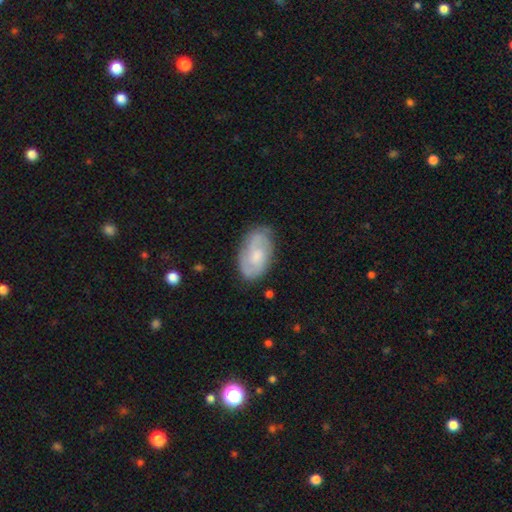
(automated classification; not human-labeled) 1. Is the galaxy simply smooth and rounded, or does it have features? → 61% featured or disk, 33% smooth, 6% star or artifact.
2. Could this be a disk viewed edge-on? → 96% no, 4% yes.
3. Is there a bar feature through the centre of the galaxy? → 60% no, 35% weak, 4% strong.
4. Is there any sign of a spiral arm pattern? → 86% yes, 14% no.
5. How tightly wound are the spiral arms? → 44% medium, 39% tight, 17% loose.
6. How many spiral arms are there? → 60% 2, 24% can't tell, 8% 3, 4% 1, 2% 4, 2% more than 4.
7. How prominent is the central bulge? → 45% moderate, 38% small, 10% none, 5% large, 1% dominant.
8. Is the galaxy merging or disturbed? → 73% none, 20% minor disturbance, 5% major disturbance, 2% merger.